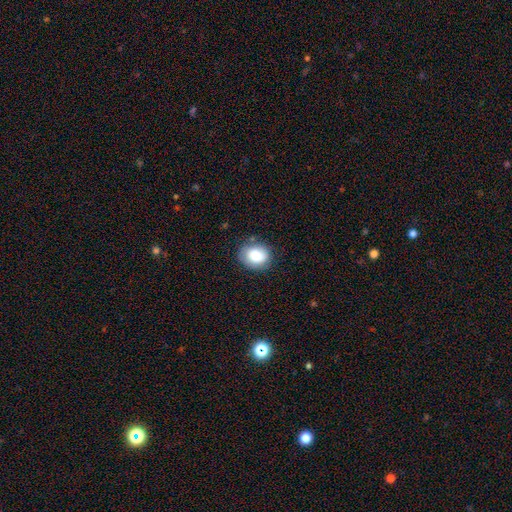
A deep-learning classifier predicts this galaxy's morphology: Smooth or featured?
  - smooth: 82% *
  - featured or disk: 10%
  - star or artifact: 8%
How rounded?
  - round: 57% *
  - in between: 42%
  - cigar-shaped: 1%
Merging?
  - none: 76% *
  - minor disturbance: 17%
  - major disturbance: 4%
  - merger: 2%